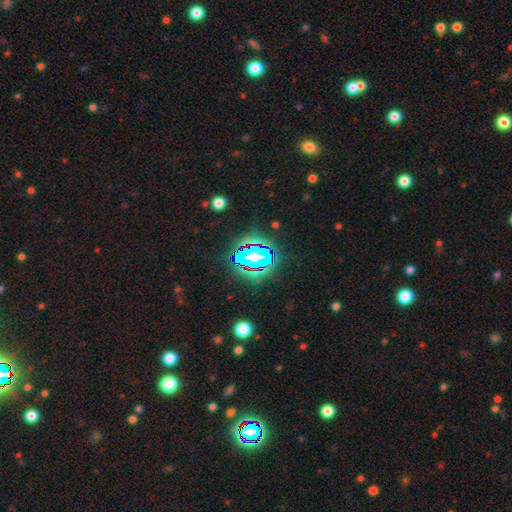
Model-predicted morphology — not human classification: type=star or artifact (82%).